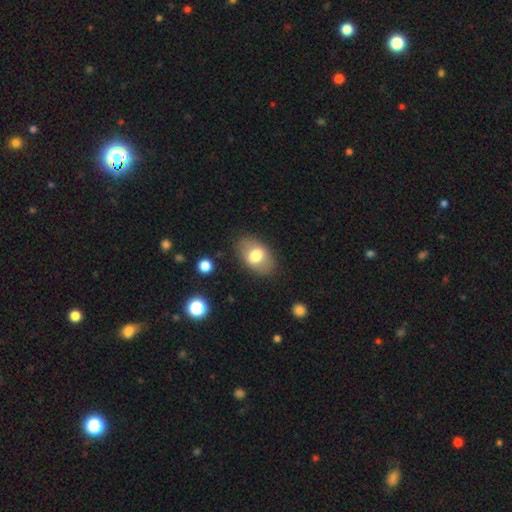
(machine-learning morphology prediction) Smooth or featured: smooth — 70% (featured or disk — 22%)
How rounded: in between — 87% (round — 12%)
Merging: none — 82% (minor disturbance — 12%)